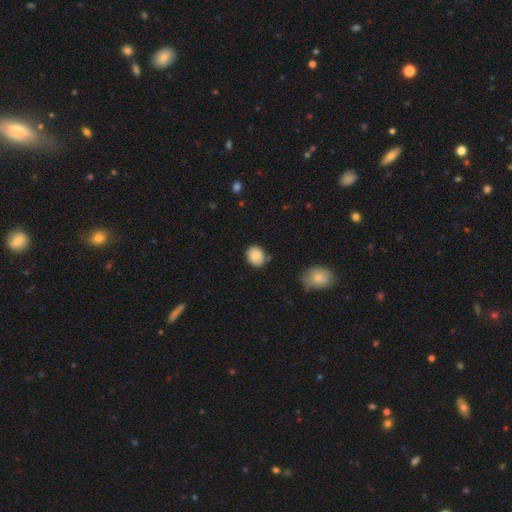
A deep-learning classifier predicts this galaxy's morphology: A smooth galaxy with no disk features (84%) that is round (63%).

Vote fractions:
- Smooth or featured? smooth: 84% / featured or disk: 8% / star or artifact: 8%
- How rounded? round: 63% / in between: 36% / cigar-shaped: 1%
- Merging? none: 74% / minor disturbance: 19% / major disturbance: 4% / merger: 4%